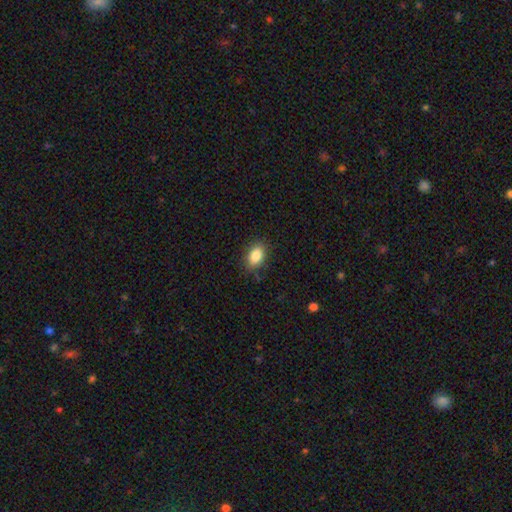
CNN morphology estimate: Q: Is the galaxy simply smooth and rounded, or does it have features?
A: smooth — 86%.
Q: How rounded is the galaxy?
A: in between — 87%.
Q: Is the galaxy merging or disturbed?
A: none — 84%.